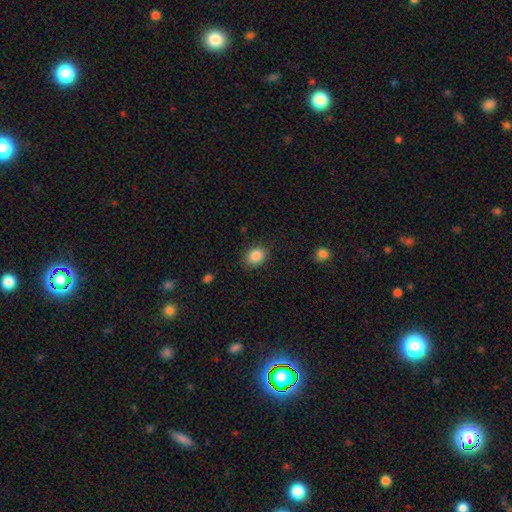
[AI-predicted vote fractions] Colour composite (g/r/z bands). It shows a smooth galaxy with no disk features (87%) that is in between round and cigar-shaped (60%). Merging: none (85%).